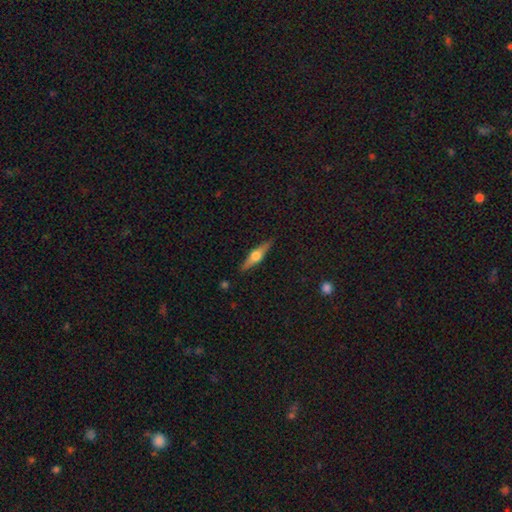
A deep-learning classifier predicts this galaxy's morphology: smooth-or-featured: featured or disk: 63% | smooth: 30% | star or artifact: 6%
  disk-edge-on: yes: 96% | no: 4%
    edge-on-bulge: rounded: 95% | boxy: 3% | none: 2%
  merging: none: 88% | minor disturbance: 9% | major disturbance: 2% | merger: 1%